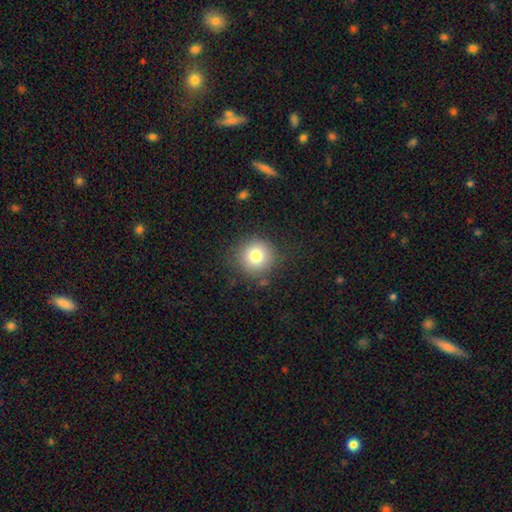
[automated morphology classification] This is likely a smooth galaxy (78%). How rounded: clearly round (95%). Merging: clearly none (85%).